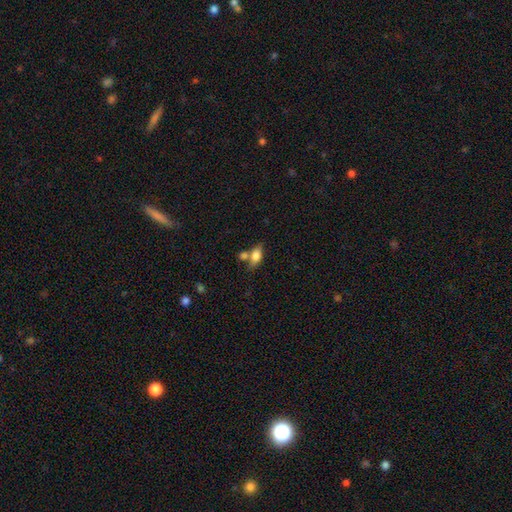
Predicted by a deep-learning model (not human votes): A smooth galaxy with no disk features (75%) that is in between round and cigar-shaped (80%).

Vote fractions:
- Smooth or featured? smooth: 75% / featured or disk: 16% / star or artifact: 9%
- How rounded? in between: 80% / round: 10% / cigar-shaped: 9%
- Merging? none: 47% / merger: 31% / minor disturbance: 15% / major disturbance: 6%